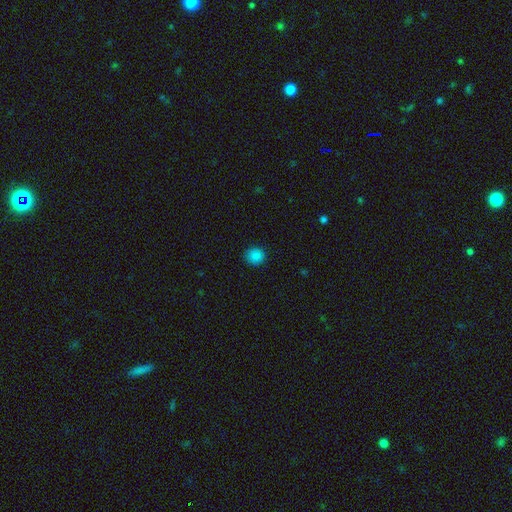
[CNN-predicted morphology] smooth_or_featured: smooth (p=0.85) [alt: star or artifact p=0.12]
how_rounded: round (p=0.87) [alt: in between p=0.12]
merging: none (p=0.90) [alt: minor disturbance p=0.07]